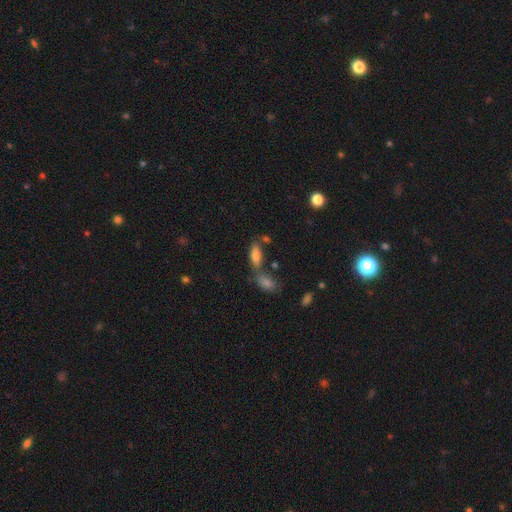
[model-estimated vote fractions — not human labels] Smooth or featured?
  - smooth: 80% *
  - featured or disk: 12%
  - star or artifact: 8%
How rounded?
  - in between: 75% *
  - cigar-shaped: 22%
  - round: 3%
Merging?
  - none: 53% *
  - merger: 28%
  - minor disturbance: 14%
  - major disturbance: 5%